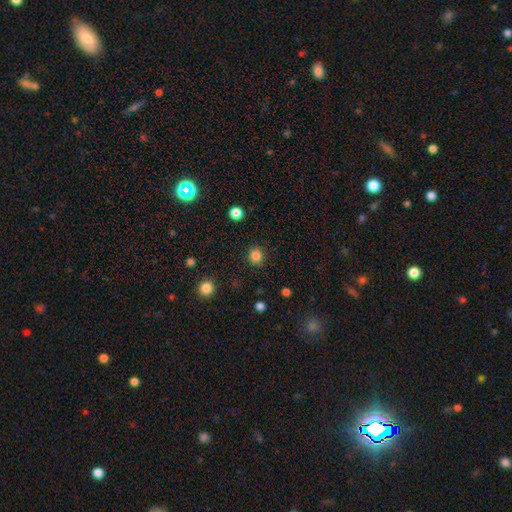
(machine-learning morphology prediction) Smooth or featured: smooth — 84% (star or artifact — 13%)
How rounded: round — 88% (in between — 11%)
Merging: none — 89% (minor disturbance — 7%)